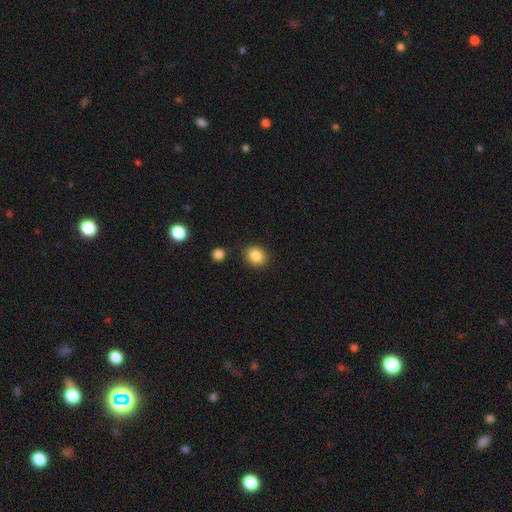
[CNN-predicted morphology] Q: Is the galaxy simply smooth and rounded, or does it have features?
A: smooth — 86%.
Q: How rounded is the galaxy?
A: round — 71%.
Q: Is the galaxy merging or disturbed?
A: none — 87%.